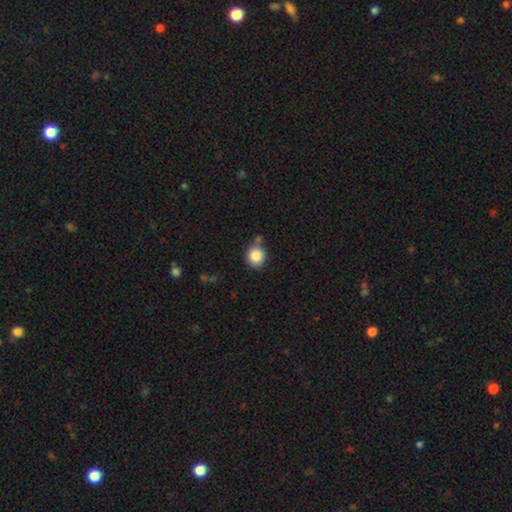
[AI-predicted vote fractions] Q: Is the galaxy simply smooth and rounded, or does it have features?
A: smooth — 87%.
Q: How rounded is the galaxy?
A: round — 80%.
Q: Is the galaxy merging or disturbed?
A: none — 68%.